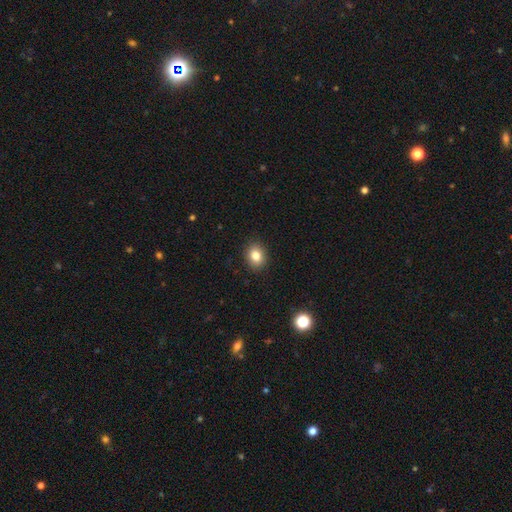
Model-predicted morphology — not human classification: type=smooth (83%); roundness=round (54%); merging=none (90%).